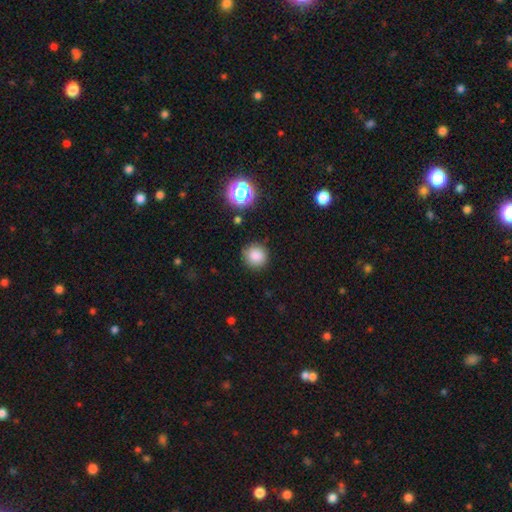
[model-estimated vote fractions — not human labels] This appears to be a smooth galaxy with no disk features (83%) that is round (93%). Merging: none (87%).